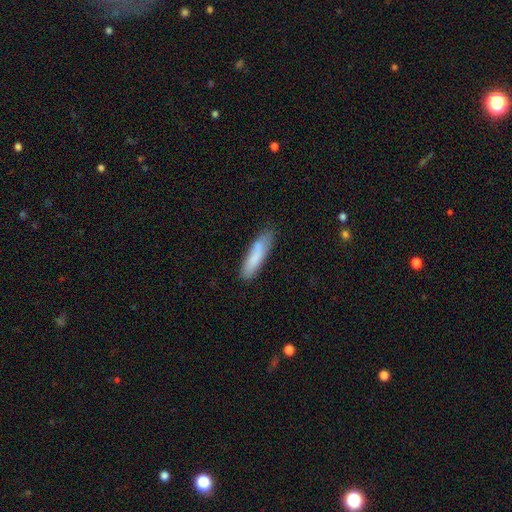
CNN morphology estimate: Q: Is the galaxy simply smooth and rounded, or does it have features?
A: smooth — 80%.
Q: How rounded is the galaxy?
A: cigar-shaped — 74%.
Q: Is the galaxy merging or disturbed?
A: none — 72%.